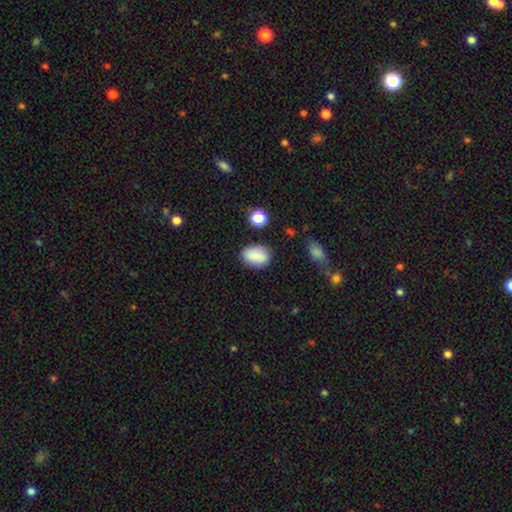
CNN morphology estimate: A smooth galaxy with no disk features (82%) that is in between round and cigar-shaped (77%).

Vote fractions:
- Smooth or featured? smooth: 82% / featured or disk: 9% / star or artifact: 9%
- How rounded? in between: 77% / round: 22% / cigar-shaped: 1%
- Merging? none: 75% / minor disturbance: 17% / merger: 4% / major disturbance: 4%